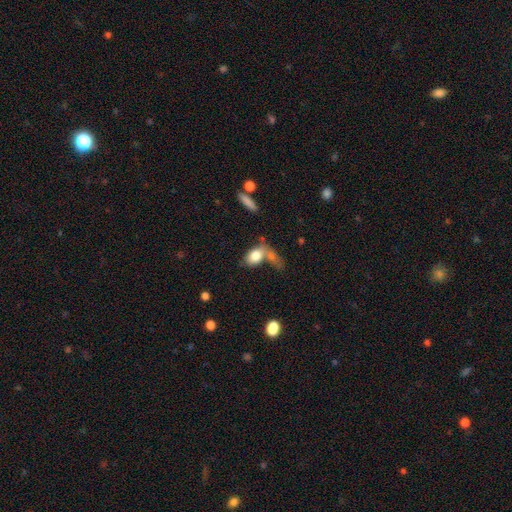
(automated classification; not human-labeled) smooth-or-featured: smooth: 78% | featured or disk: 14% | star or artifact: 8%
  how-rounded: in between: 82% | round: 15% | cigar-shaped: 3%
  merging: merger: 44% | none: 28% | major disturbance: 15% | minor disturbance: 14%